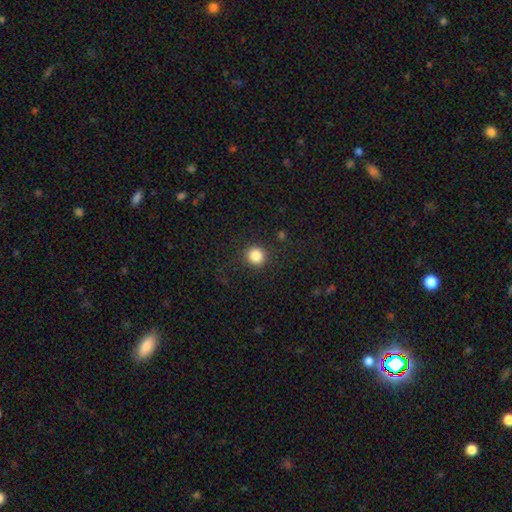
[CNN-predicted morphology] Smooth or featured?
  - smooth: 85% *
  - star or artifact: 11%
  - featured or disk: 4%
How rounded?
  - round: 92% *
  - in between: 7%
  - cigar-shaped: 1%
Merging?
  - none: 90% *
  - minor disturbance: 6%
  - major disturbance: 3%
  - merger: 1%